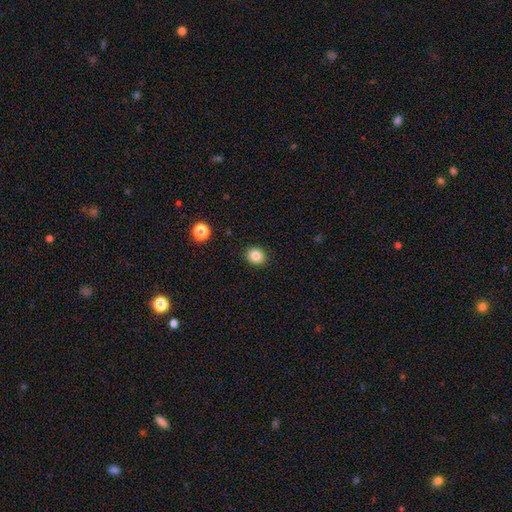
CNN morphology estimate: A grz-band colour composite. It shows a smooth galaxy with no disk features (85%) that is round (68%). Merging: none (91%).